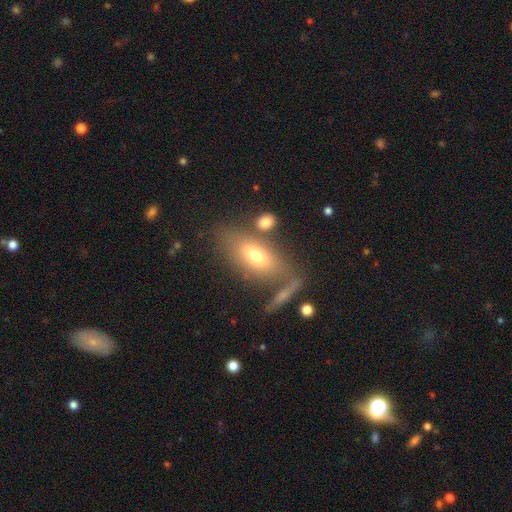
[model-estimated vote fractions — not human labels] smooth-or-featured: smooth: 65% | featured or disk: 26% | star or artifact: 9%
  how-rounded: in between: 82% | cigar-shaped: 11% | round: 7%
  merging: none: 59% | merger: 17% | minor disturbance: 16% | major disturbance: 8%